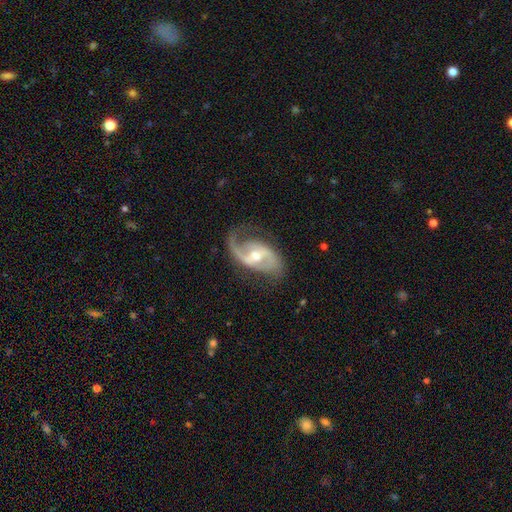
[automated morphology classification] Smooth or featured? featured or disk (89%)
Edge-on disk? no (97%)
Bar? weak (50%)
Spiral arms? yes (96%)
Spiral winding? medium (47%)
Spiral arm count? 2 (80%)
Bulge size? moderate (66%)
Merging? none (63%)